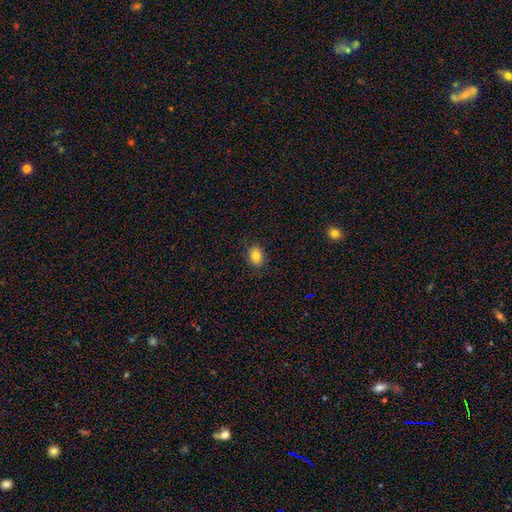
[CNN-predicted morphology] Smooth or featured: smooth — 85% (star or artifact — 10%)
How rounded: in between — 62% (round — 37%)
Merging: none — 88% (minor disturbance — 9%)